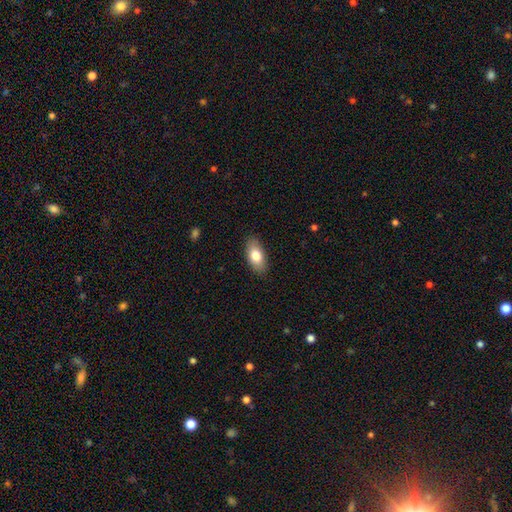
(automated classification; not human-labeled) Q: Smooth or featured?
A: smooth (79%); runner-up: featured or disk (14%)
Q: How rounded?
A: in between (91%); runner-up: cigar-shaped (5%)
Q: Merging?
A: none (87%); runner-up: minor disturbance (10%)